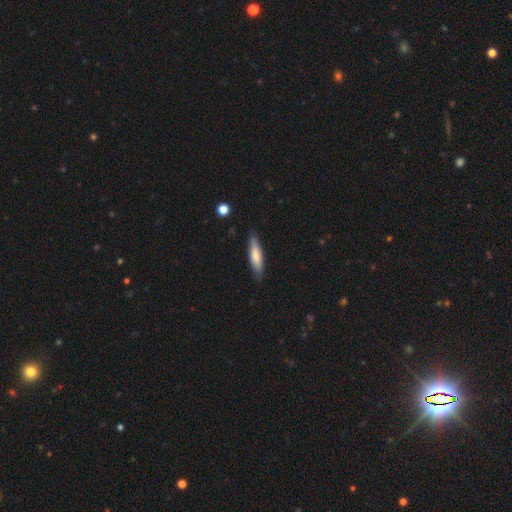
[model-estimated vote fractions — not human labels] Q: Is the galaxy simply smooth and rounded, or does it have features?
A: smooth — 71%.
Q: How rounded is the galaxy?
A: cigar-shaped — 71%.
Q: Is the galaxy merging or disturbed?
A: none — 82%.